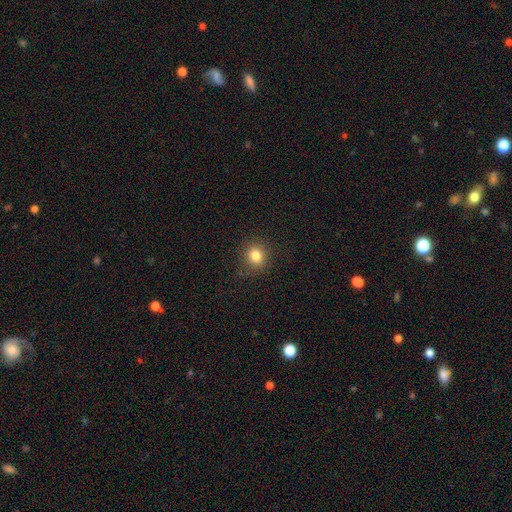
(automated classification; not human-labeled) This is clearly a smooth galaxy (82%). How rounded: clearly round (82%). Merging: clearly none (87%).